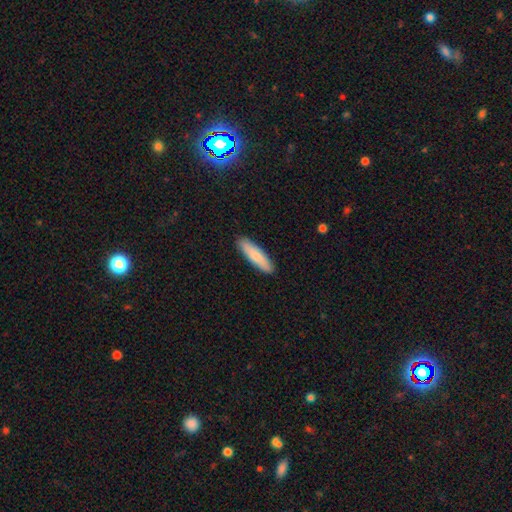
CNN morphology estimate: type=smooth (80%); roundness=cigar-shaped (71%); merging=none (90%).